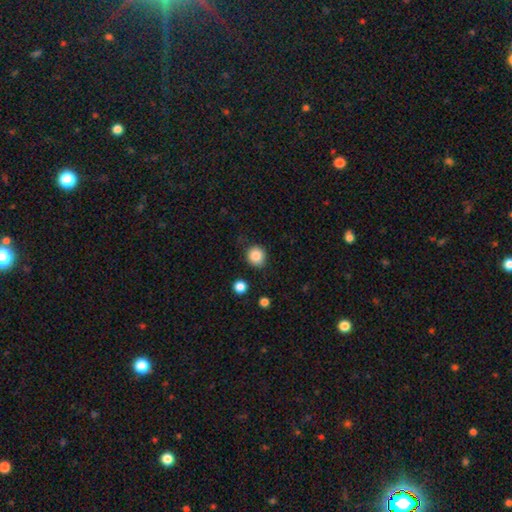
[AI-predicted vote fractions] This is clearly a smooth galaxy (85%). How rounded: clearly round (90%). Merging: clearly none (85%).